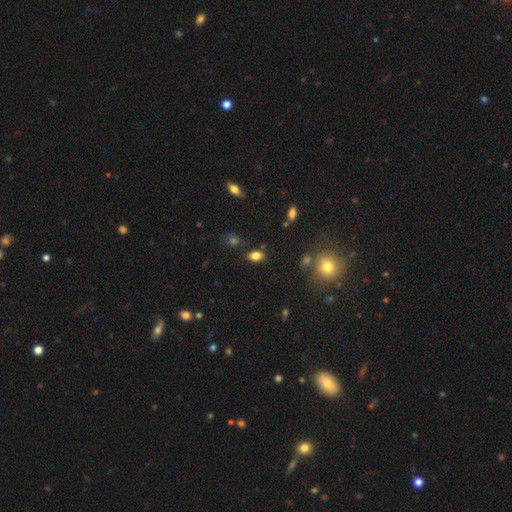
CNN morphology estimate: This appears to be a smooth galaxy with no disk features (81%) that is in between round and cigar-shaped (85%). Merging: none (79%).